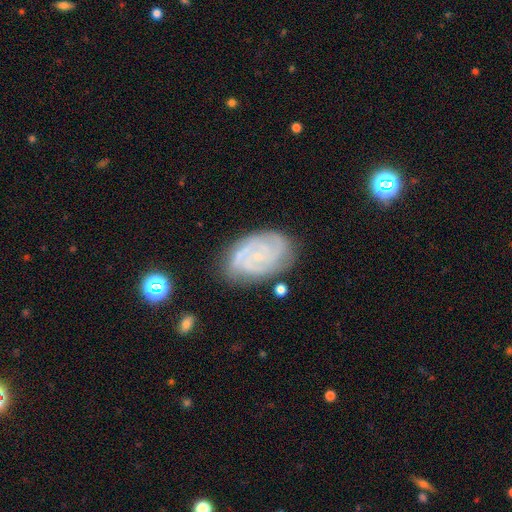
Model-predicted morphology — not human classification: Smooth or featured? featured or disk (84%)
Edge-on disk? no (97%)
Bar? no (67%)
Spiral arms? yes (97%)
Spiral winding? tight (66%)
Spiral arm count? 3 (32%)
Bulge size? small (78%)
Merging? none (75%)